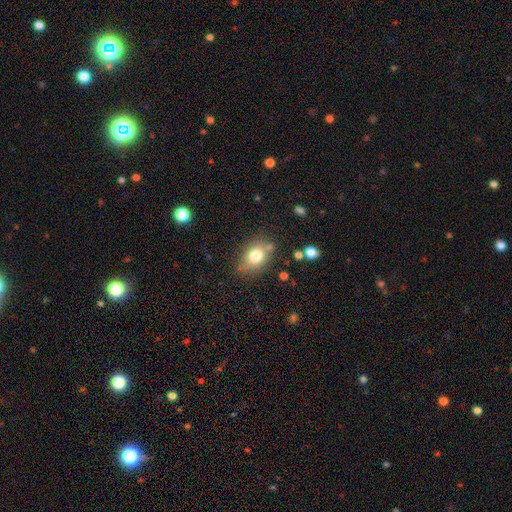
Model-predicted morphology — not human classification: This appears to be a smooth galaxy with no disk features (76%) that is in between round and cigar-shaped (64%). Merging: none (69%).